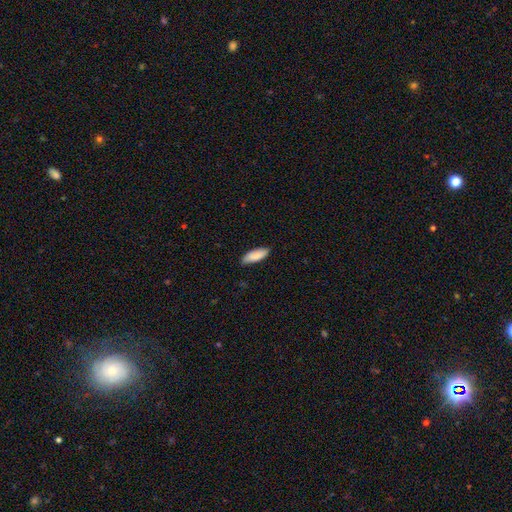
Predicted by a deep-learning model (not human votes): This is clearly a smooth galaxy (87%). How rounded: likely in between (67%). Merging: clearly none (84%).